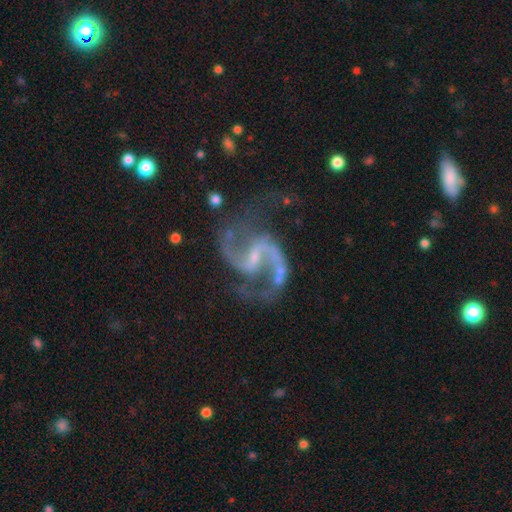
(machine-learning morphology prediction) Overall: featured or disk (93%). Edge-on disk: no (98%). Bar: weak (54%; strong 27%). Spiral arms: yes (98%). Spiral arm count: 2 (94%). Spiral winding: loose (47%, tied with medium). Bulge size: small (62%). Merging: none (62%).